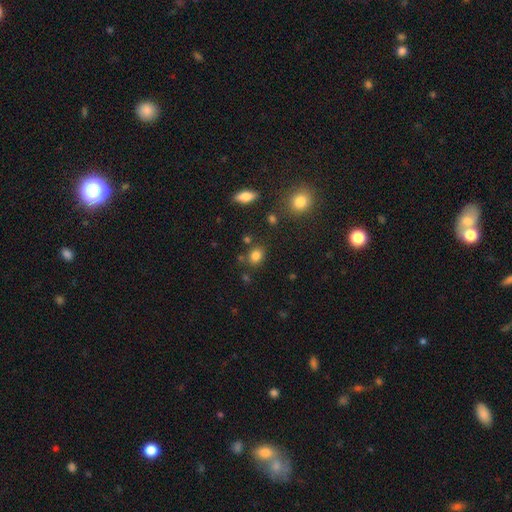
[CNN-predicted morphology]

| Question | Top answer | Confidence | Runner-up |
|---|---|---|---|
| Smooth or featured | smooth | 81% | star or artifact (13%) |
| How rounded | round | 55% | in between (43%) |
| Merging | none | 78% | minor disturbance (12%) |